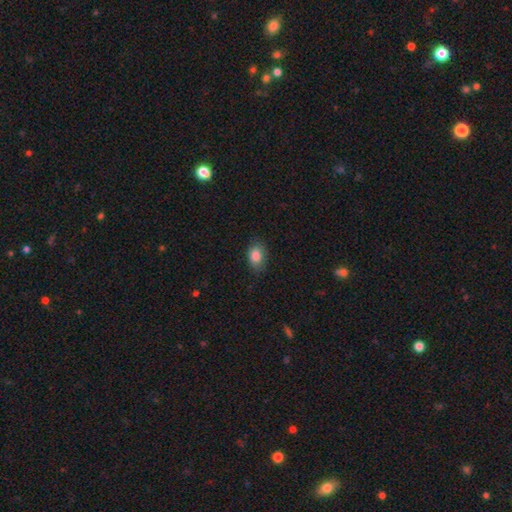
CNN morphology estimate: type=smooth (85%); roundness=in between (80%); merging=none (81%).